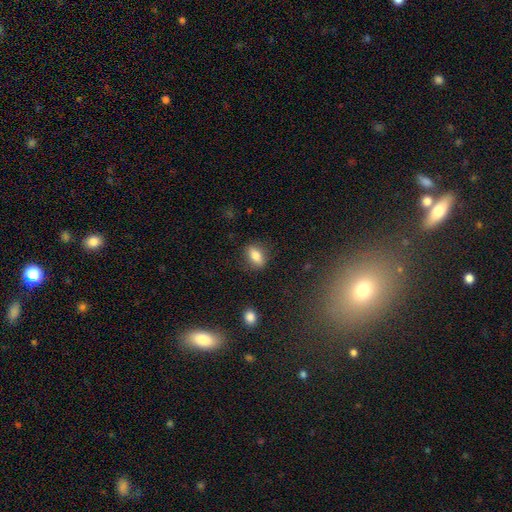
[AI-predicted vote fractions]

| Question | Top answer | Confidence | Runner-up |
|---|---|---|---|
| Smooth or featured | smooth | 78% | featured or disk (14%) |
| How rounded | in between | 78% | cigar-shaped (11%) |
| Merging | none | 82% | minor disturbance (12%) |